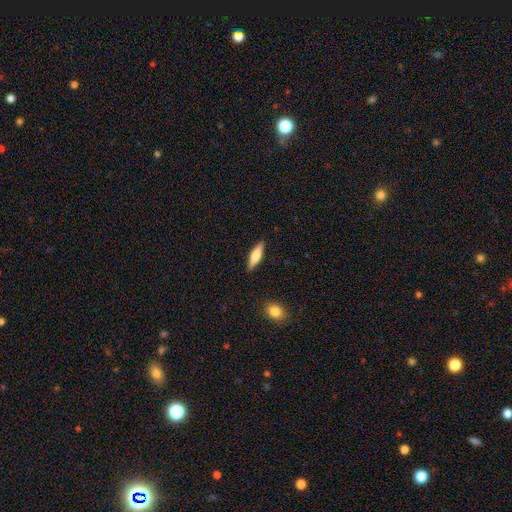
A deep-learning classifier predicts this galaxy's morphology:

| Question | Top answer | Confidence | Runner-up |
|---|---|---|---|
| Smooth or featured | smooth | 65% | featured or disk (29%) |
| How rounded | cigar-shaped | 66% | in between (32%) |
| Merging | none | 88% | minor disturbance (9%) |